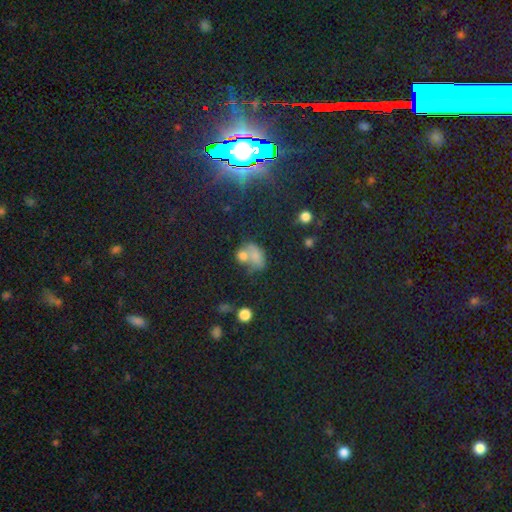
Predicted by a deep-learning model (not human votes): Smooth or featured? Predicted: smooth (p=0.65). How rounded? Predicted: in between (p=0.70). Merging? Predicted: merger (p=0.45).